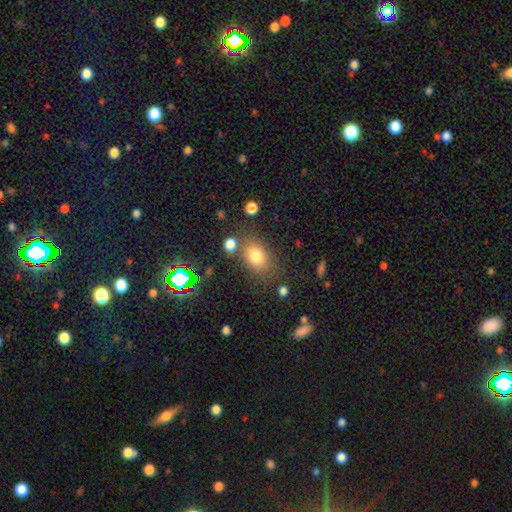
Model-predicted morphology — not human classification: The model was most divided on "how rounded": in between: 69%, round: 30%, cigar-shaped: 2%. More confident: smooth or featured — smooth (76%); merging — none (67%).